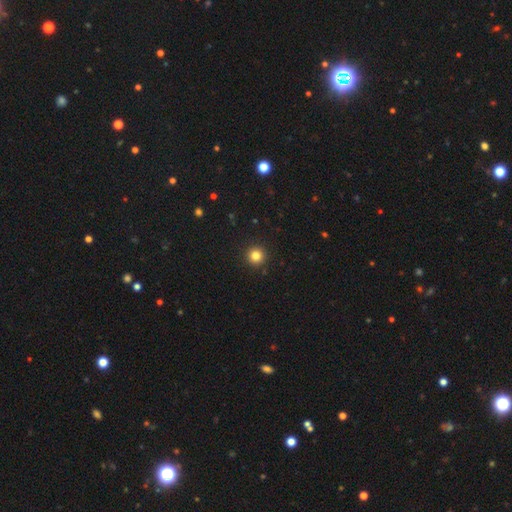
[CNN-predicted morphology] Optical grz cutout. It shows a smooth galaxy with no disk features (83%) that is round (96%). Merging: none (93%).